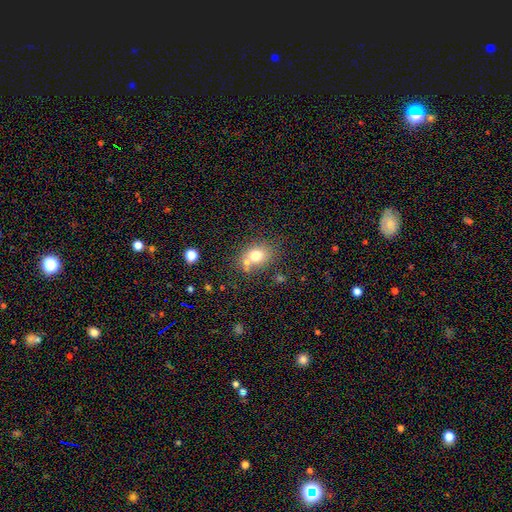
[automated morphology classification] smooth_or_featured: smooth (p=0.72) [alt: featured or disk p=0.15]
how_rounded: round (p=0.52) [alt: in between p=0.47]
merging: none (p=0.55) [alt: merger p=0.27]